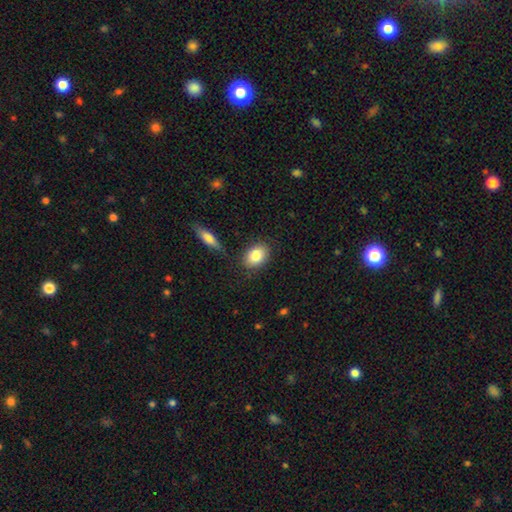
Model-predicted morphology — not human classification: smooth_or_featured: smooth (p=0.83) [alt: featured or disk p=0.10]
how_rounded: in between (p=0.77) [alt: round p=0.21]
merging: none (p=0.82) [alt: minor disturbance p=0.11]